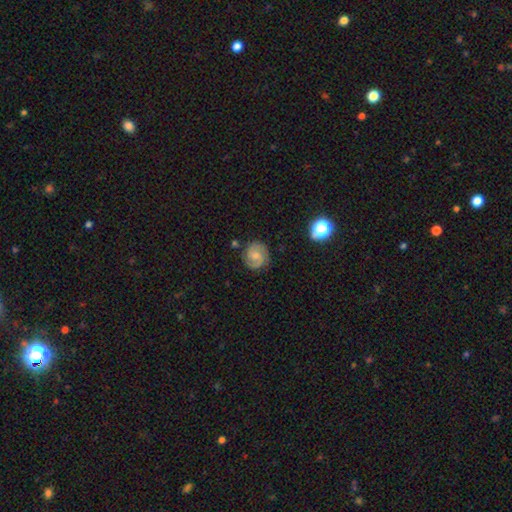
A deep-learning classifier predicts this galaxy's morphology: smooth-or-featured: featured or disk: 79% | smooth: 14% | star or artifact: 7%
  disk-edge-on: no: 98% | yes: 2%
    bar: no: 50% | weak: 43% | strong: 8%
    has-spiral-arms: yes: 97% | no: 3%
      spiral-winding: tight: 48% | medium: 44% | loose: 9%
      spiral-arm-count: 2: 88% | can't tell: 5% | 3: 2% | 1: 2% | 4: 1% | more than 4: 1%
    bulge-size: small: 43% | moderate: 38% | none: 14% | large: 3% | dominant: 1%
  merging: none: 82% | minor disturbance: 12% | major disturbance: 4% | merger: 2%